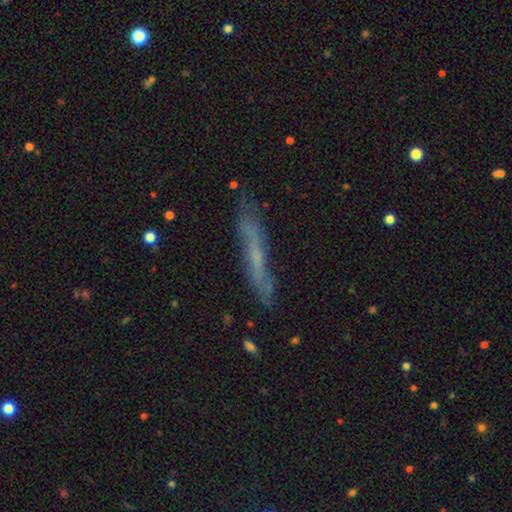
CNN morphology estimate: This appears to be a featured or disk galaxy (50%) viewed edge-on (80%). Merging: none (79%).